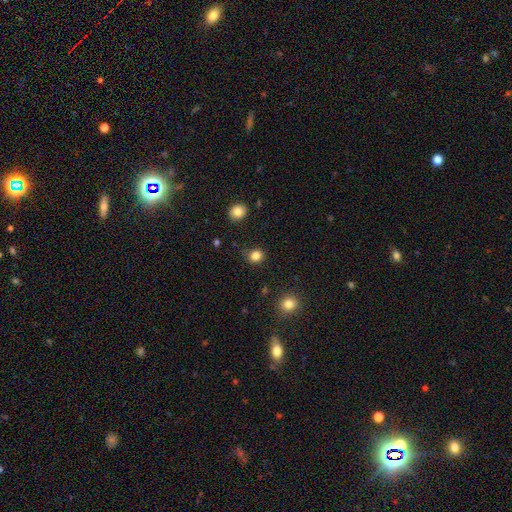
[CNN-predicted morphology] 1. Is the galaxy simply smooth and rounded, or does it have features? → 84% smooth, 12% star or artifact, 4% featured or disk.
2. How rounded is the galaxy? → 77% round, 22% in between, 1% cigar-shaped.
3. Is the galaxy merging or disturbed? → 81% none, 13% minor disturbance, 4% major disturbance, 2% merger.